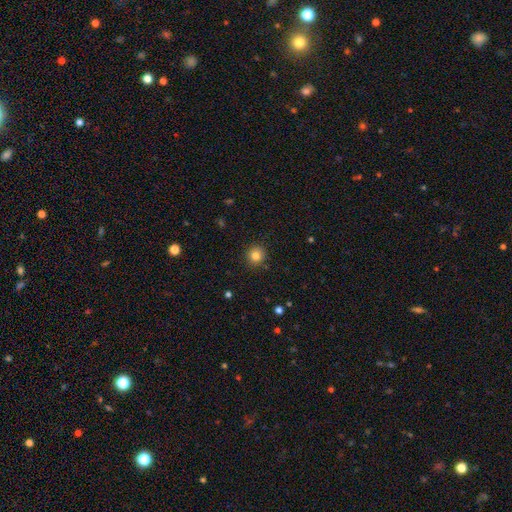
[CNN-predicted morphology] Smooth or featured?
  - smooth: 82% *
  - star or artifact: 12%
  - featured or disk: 6%
How rounded?
  - round: 92% *
  - in between: 7%
  - cigar-shaped: 1%
Merging?
  - none: 90% *
  - minor disturbance: 7%
  - major disturbance: 2%
  - merger: 1%